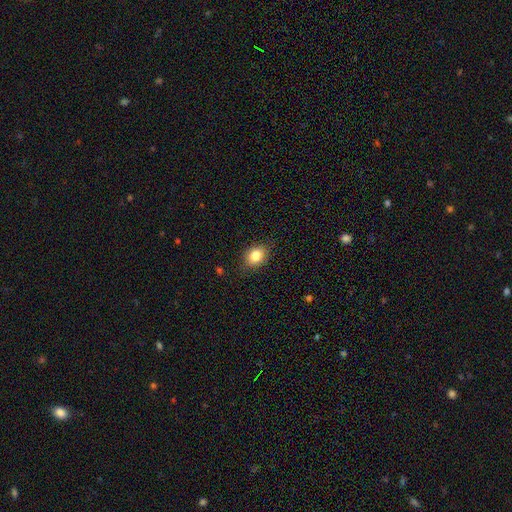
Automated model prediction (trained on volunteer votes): The model was most divided on "how rounded": in between: 59%, round: 40%, cigar-shaped: 1%. More confident: smooth or featured — smooth (83%); merging — none (83%).